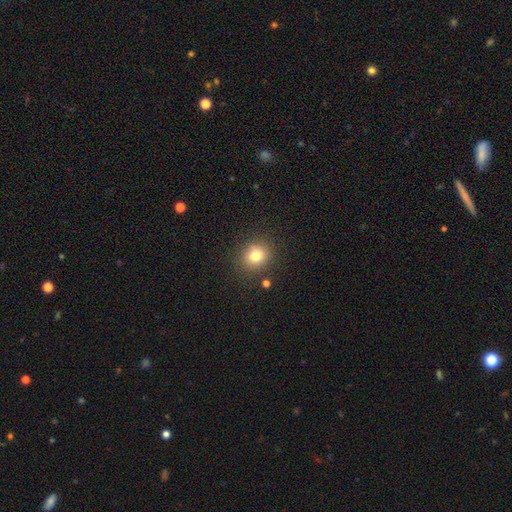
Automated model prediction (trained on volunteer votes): Overall: smooth (79%). How rounded: round (83%). Merging: none (85%).